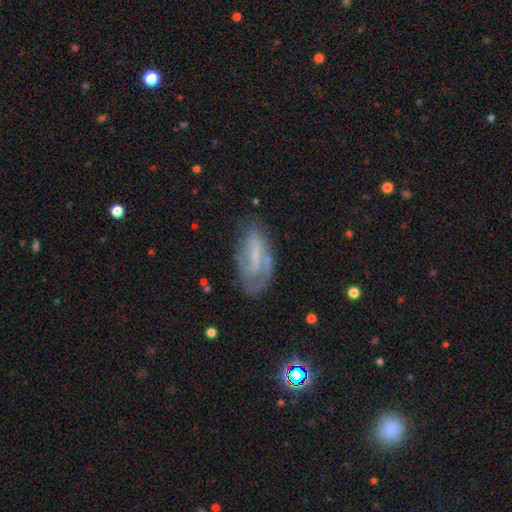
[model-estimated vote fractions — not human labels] A featured or disk galaxy (63%) with a weak bar (39%), spiral arms (68%) and a small central bulge (39%).

Vote fractions:
- Smooth or featured? featured or disk: 63% / smooth: 28% / star or artifact: 9%
- Edge-on disk? no: 89% / yes: 11%
- Bar? weak: 39% / no: 34% / strong: 27%
- Spiral arms? yes: 68% / no: 32%
- Bulge size? small: 39% / none: 38% / moderate: 19% / large: 3% / dominant: 1%
- Merging? none: 57% / minor disturbance: 24% / major disturbance: 15% / merger: 4%